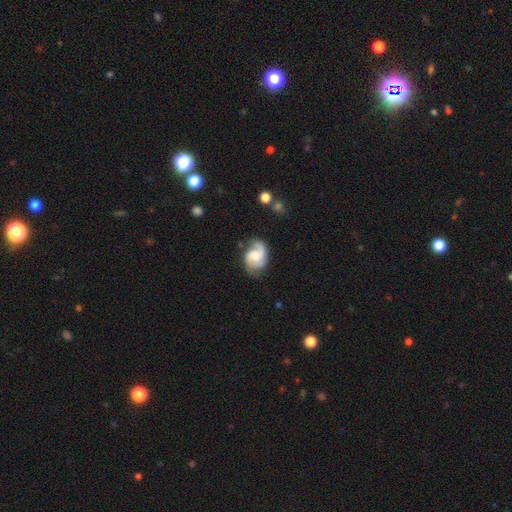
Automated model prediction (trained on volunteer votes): smooth-or-featured: featured or disk: 76% | smooth: 18% | star or artifact: 6%
  disk-edge-on: no: 98% | yes: 2%
    bar: no: 52% | weak: 41% | strong: 7%
    has-spiral-arms: yes: 95% | no: 5%
      spiral-winding: medium: 48% | loose: 26% | tight: 26%
      spiral-arm-count: 2: 77% | 1: 11% | can't tell: 6% | 3: 4% | 4: 1% | more than 4: 1%
    bulge-size: moderate: 44% | small: 28% | large: 14% | none: 13% | dominant: 2%
  merging: none: 63% | minor disturbance: 23% | major disturbance: 11% | merger: 3%